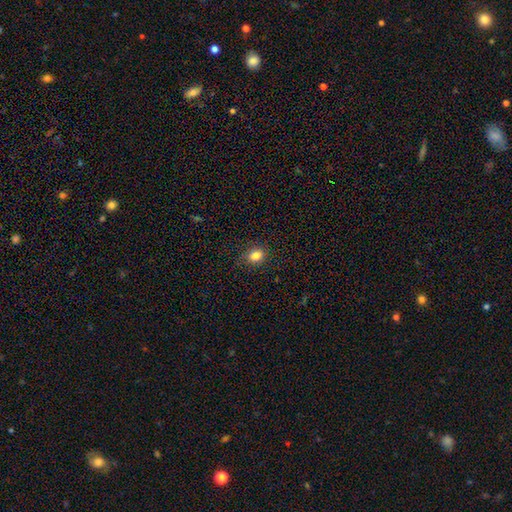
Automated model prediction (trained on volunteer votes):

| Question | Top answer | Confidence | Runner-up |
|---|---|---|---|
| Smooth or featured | smooth | 84% | star or artifact (11%) |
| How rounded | in between | 59% | round (39%) |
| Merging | none | 85% | minor disturbance (11%) |